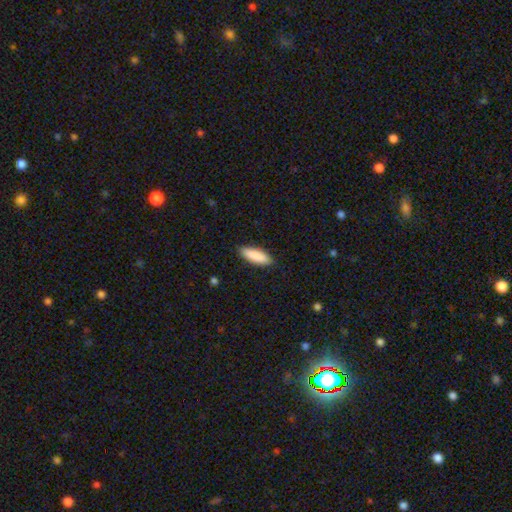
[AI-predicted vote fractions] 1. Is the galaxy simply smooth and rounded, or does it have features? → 89% smooth, 6% star or artifact, 5% featured or disk.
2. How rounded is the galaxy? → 63% in between, 35% cigar-shaped, 2% round.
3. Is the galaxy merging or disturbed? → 87% none, 10% minor disturbance, 2% major disturbance, 1% merger.